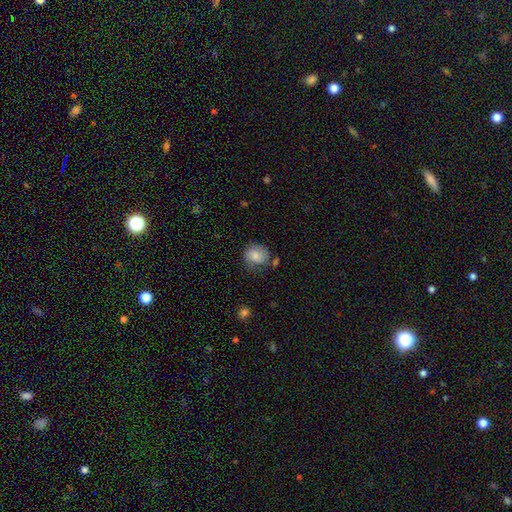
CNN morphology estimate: smooth 78%, featured or disk 14%, star or artifact 8%. Down the decision tree: how rounded — round (74%); merging — none (64%).